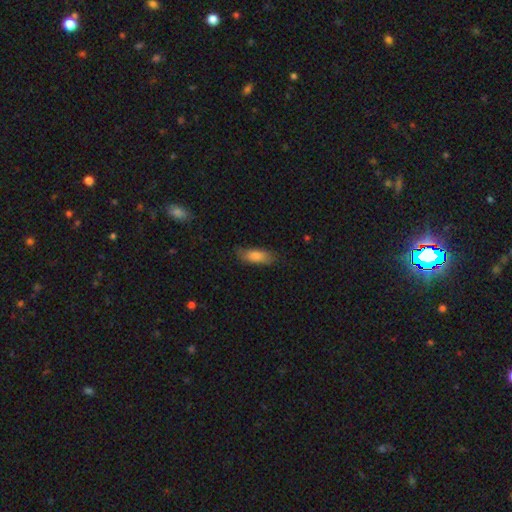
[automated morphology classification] This appears to be a smooth galaxy with no disk features (81%) that is in between round and cigar-shaped (71%). Merging: none (75%).